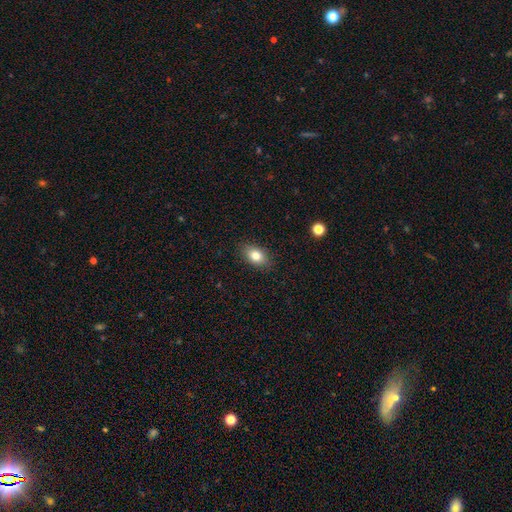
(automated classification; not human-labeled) Smooth or featured?
  - smooth: 81% *
  - featured or disk: 10%
  - star or artifact: 9%
How rounded?
  - in between: 84% *
  - round: 14%
  - cigar-shaped: 2%
Merging?
  - none: 87% *
  - minor disturbance: 10%
  - major disturbance: 2%
  - merger: 1%